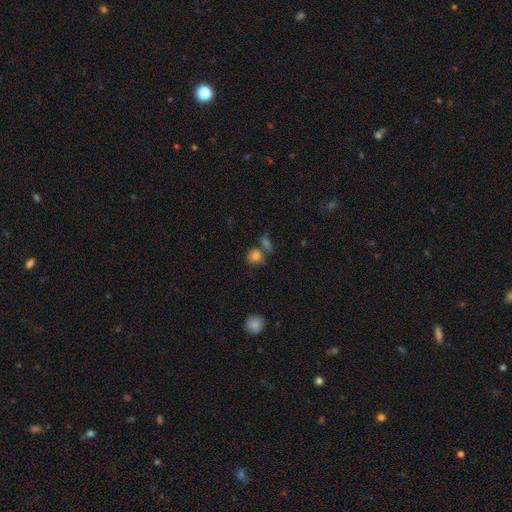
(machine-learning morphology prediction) This is clearly a smooth galaxy (82%). How rounded: likely round (79%). Merging: possibly none (59%).